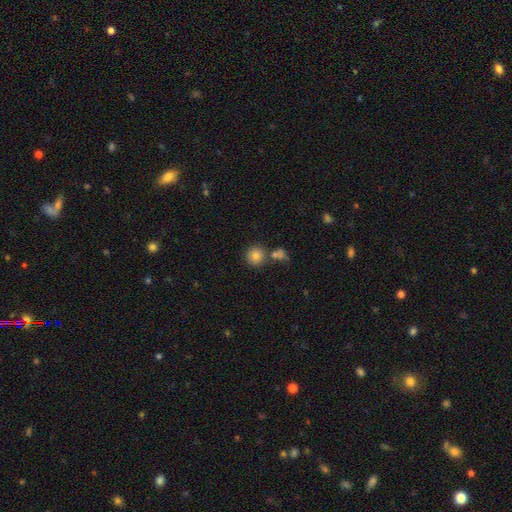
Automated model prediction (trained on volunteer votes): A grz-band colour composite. It shows a smooth galaxy with no disk features (82%) that is round (90%). Merging: none (70%).